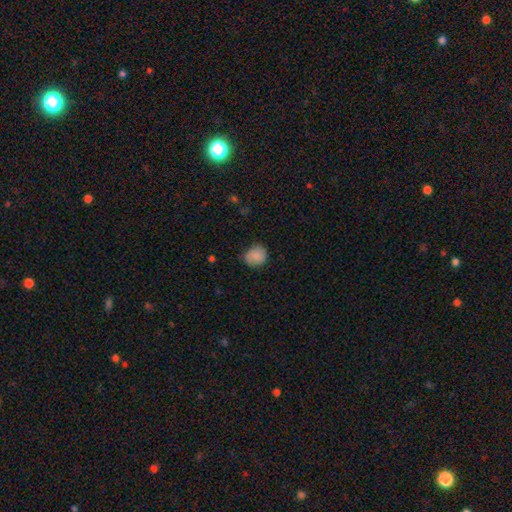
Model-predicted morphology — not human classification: This is clearly a smooth galaxy (84%). How rounded: likely round (79%). Merging: likely none (70%).